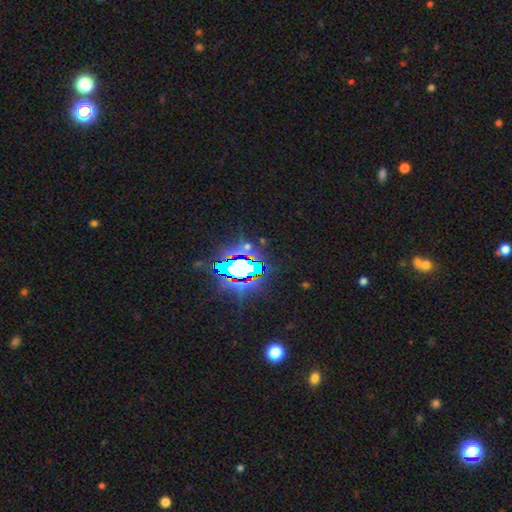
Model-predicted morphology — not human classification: A star or artifact, not a galaxy (83%).

Vote fractions:
- Smooth or featured? star or artifact: 83% / smooth: 9% / featured or disk: 8%